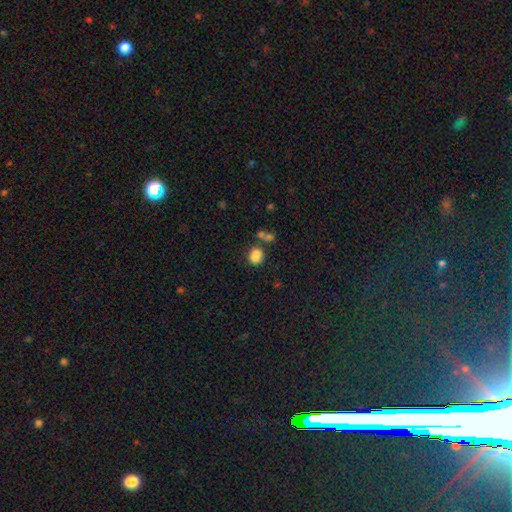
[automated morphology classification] Smooth or featured? Predicted: smooth (p=0.82). How rounded? Predicted: round (p=0.57). Merging? Predicted: none (p=0.57).